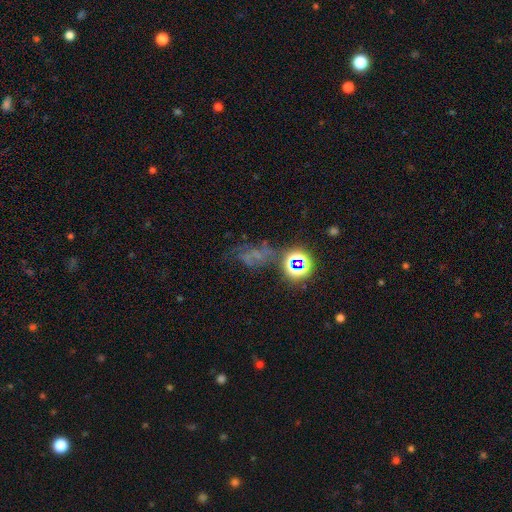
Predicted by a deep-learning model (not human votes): This is possibly a star or artifact rather than a galaxy (56%).